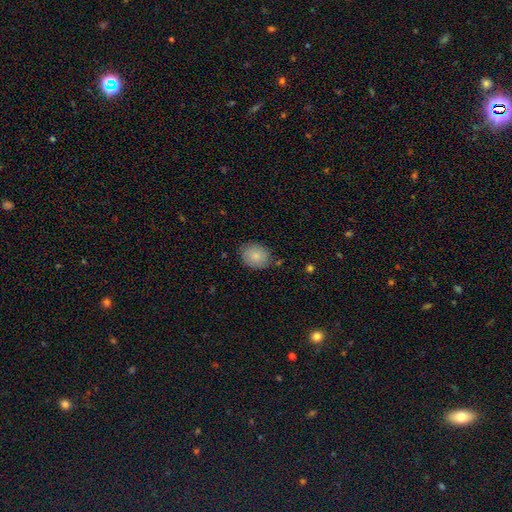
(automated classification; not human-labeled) Smooth or featured?
  - smooth: 84% *
  - featured or disk: 9%
  - star or artifact: 7%
How rounded?
  - round: 50% *
  - in between: 49%
  - cigar-shaped: 1%
Merging?
  - none: 79% *
  - minor disturbance: 16%
  - major disturbance: 3%
  - merger: 2%